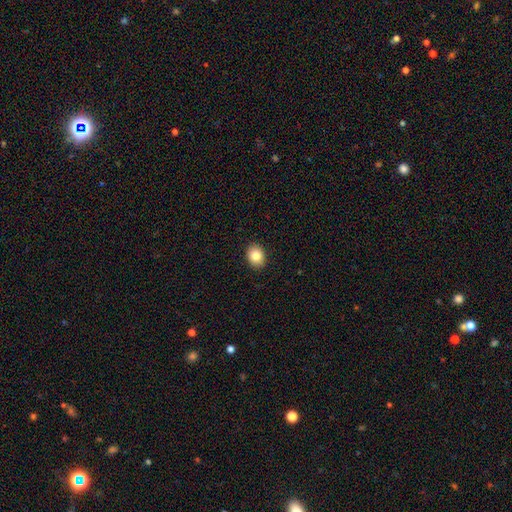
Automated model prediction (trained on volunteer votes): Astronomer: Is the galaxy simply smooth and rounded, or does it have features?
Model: smooth — 84%.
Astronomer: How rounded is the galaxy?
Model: in between — 59% (runner-up: round, 40%).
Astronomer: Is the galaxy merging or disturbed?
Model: none — 91%.